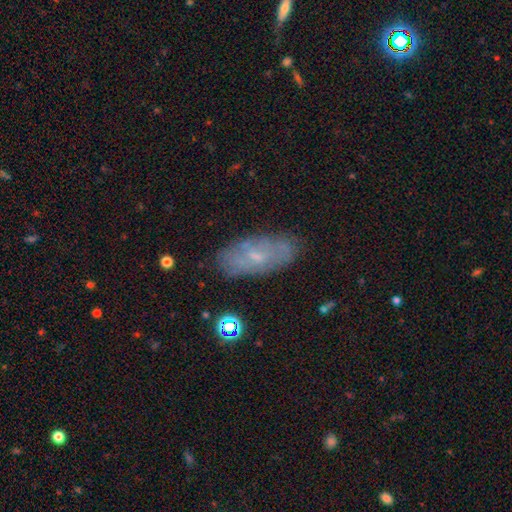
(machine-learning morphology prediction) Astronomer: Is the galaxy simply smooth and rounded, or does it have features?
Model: smooth — 45%, tied with featured or disk at 45%.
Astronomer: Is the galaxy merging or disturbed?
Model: none — 79%.